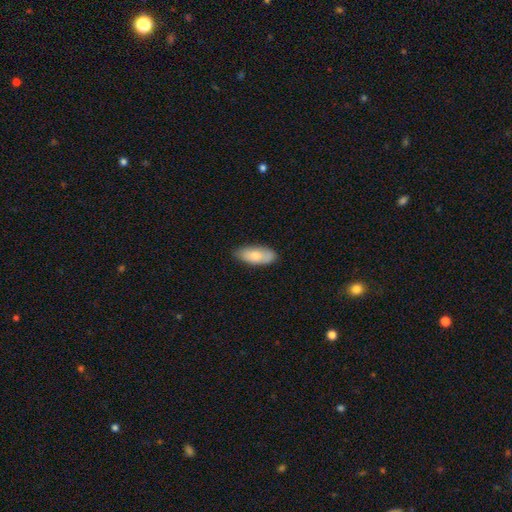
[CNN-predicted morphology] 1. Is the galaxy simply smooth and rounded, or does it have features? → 75% smooth, 19% featured or disk, 6% star or artifact.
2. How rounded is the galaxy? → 87% in between, 11% cigar-shaped, 2% round.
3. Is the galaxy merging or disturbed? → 79% none, 17% minor disturbance, 3% major disturbance, 1% merger.